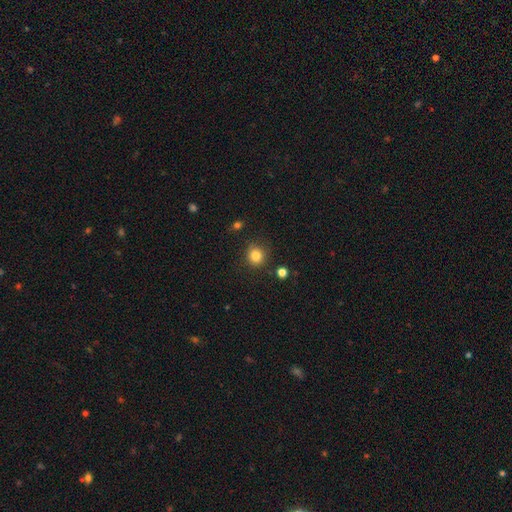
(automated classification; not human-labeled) Smooth or featured?
  - smooth: 82% *
  - star or artifact: 12%
  - featured or disk: 6%
How rounded?
  - round: 89% *
  - in between: 10%
  - cigar-shaped: 1%
Merging?
  - none: 86% *
  - minor disturbance: 9%
  - major disturbance: 3%
  - merger: 3%